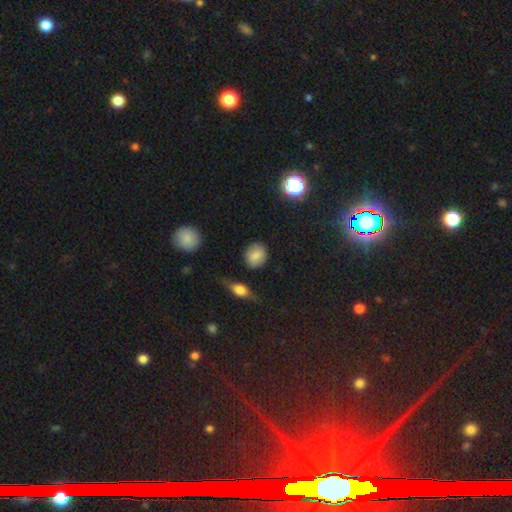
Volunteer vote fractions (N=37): Q: Smooth or featured?
A: smooth (86%); runner-up: featured or disk (11%)
Q: How rounded?
A: round (66%); runner-up: in between (31%)
Q: Merging?
A: none (72%); runner-up: minor disturbance (22%)